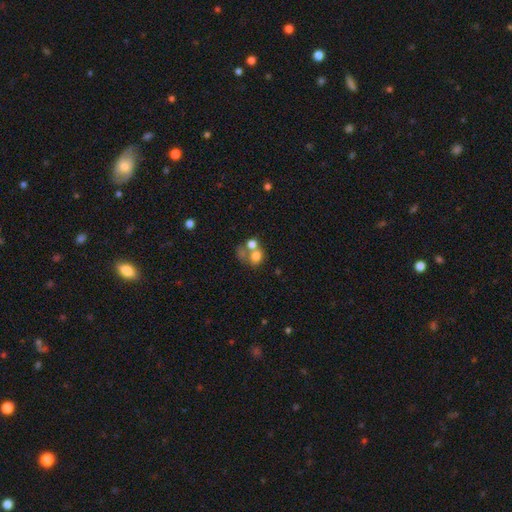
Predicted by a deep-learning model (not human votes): A smooth galaxy with no disk features (68%) that is round (61%). Merging: merger (56%).